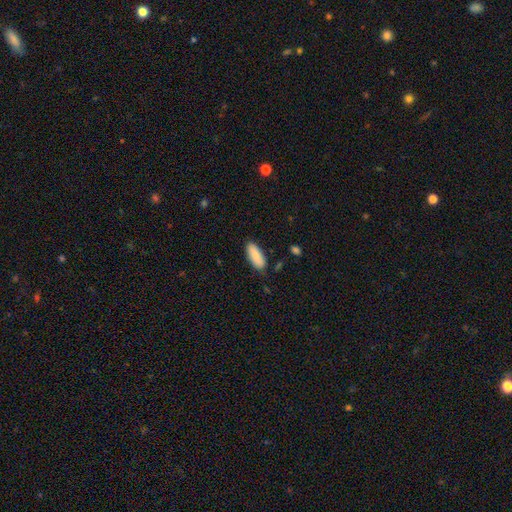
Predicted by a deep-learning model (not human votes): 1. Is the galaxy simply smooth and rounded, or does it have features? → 86% smooth, 8% featured or disk, 6% star or artifact.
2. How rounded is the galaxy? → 83% in between, 15% cigar-shaped, 2% round.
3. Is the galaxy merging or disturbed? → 83% none, 13% minor disturbance, 2% major disturbance, 2% merger.